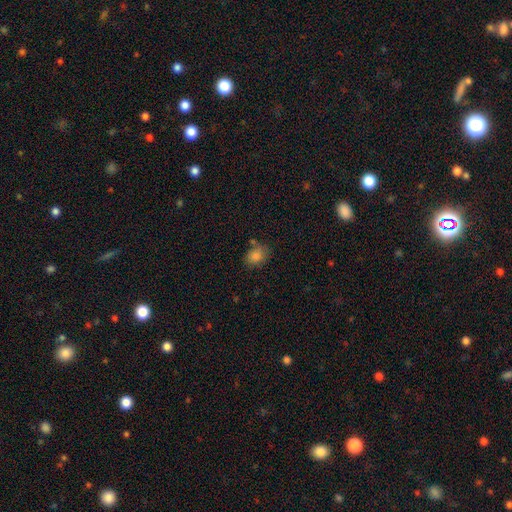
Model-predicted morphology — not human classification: This appears to be a smooth galaxy with no disk features (83%) that is in between round and cigar-shaped (53%). Merging: none (72%).